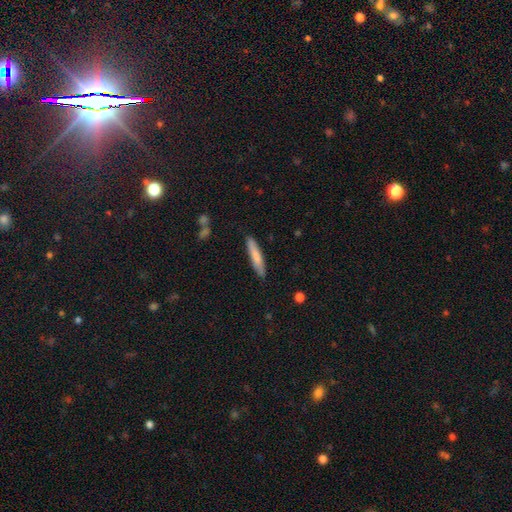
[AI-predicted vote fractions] A smooth galaxy with no disk features (77%) that is cigar-shaped (89%).

Vote fractions:
- Smooth or featured? smooth: 77% / featured or disk: 17% / star or artifact: 6%
- How rounded? cigar-shaped: 89% / in between: 9% / round: 1%
- Merging? none: 86% / minor disturbance: 10% / major disturbance: 2% / merger: 2%